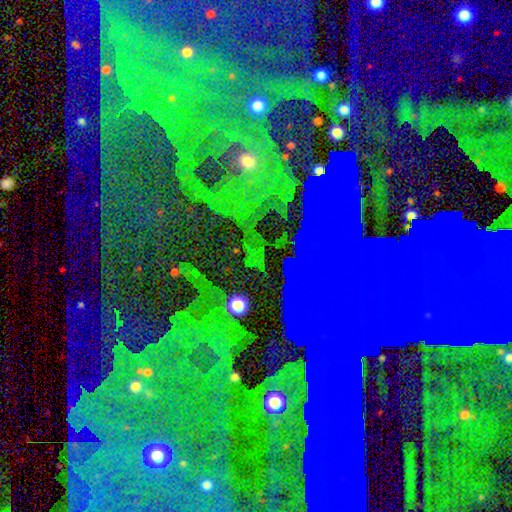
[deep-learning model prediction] The model was most divided on "smooth or featured": star or artifact: 67%, smooth: 18%, featured or disk: 15%.